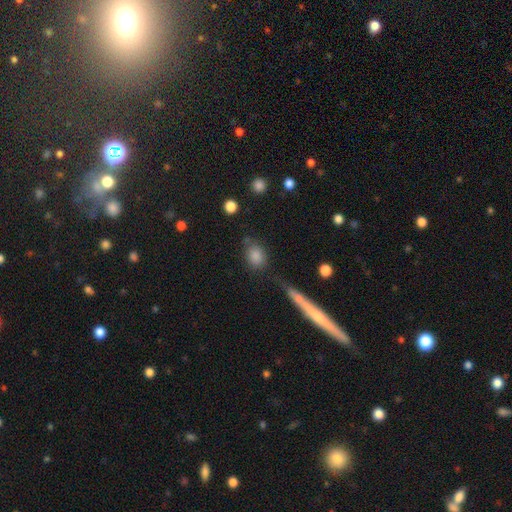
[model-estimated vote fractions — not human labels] smooth-or-featured: smooth: 83% | star or artifact: 10% | featured or disk: 7%
  how-rounded: in between: 51% | round: 45% | cigar-shaped: 4%
  merging: none: 68% | minor disturbance: 17% | merger: 9% | major disturbance: 7%